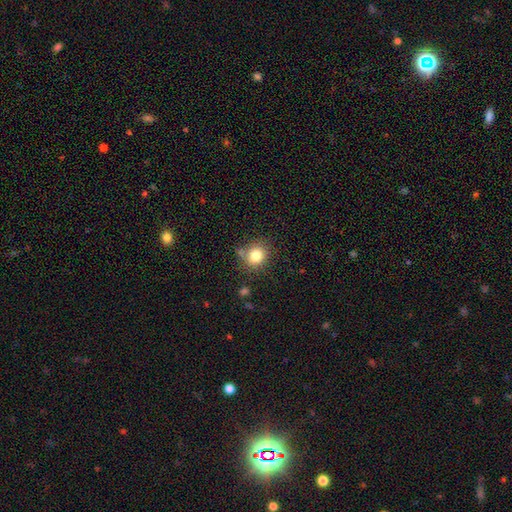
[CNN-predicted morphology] smooth-or-featured: smooth: 81% | star or artifact: 12% | featured or disk: 8%
  how-rounded: round: 79% | in between: 20% | cigar-shaped: 1%
  merging: none: 75% | minor disturbance: 14% | merger: 7% | major disturbance: 4%